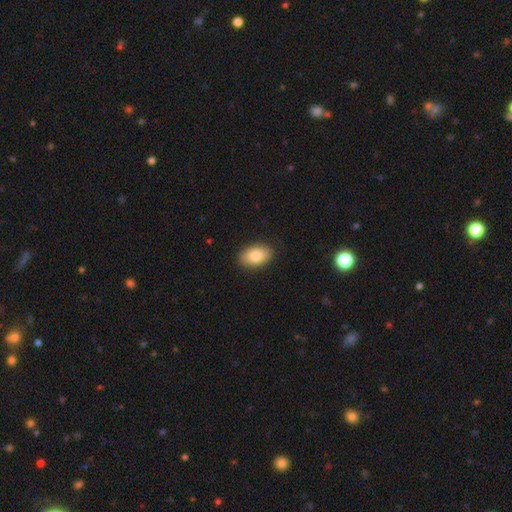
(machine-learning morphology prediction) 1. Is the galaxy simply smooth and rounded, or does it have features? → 84% smooth, 10% featured or disk, 7% star or artifact.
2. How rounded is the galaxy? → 90% in between, 8% round, 1% cigar-shaped.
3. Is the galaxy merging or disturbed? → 88% none, 9% minor disturbance, 2% major disturbance, 1% merger.